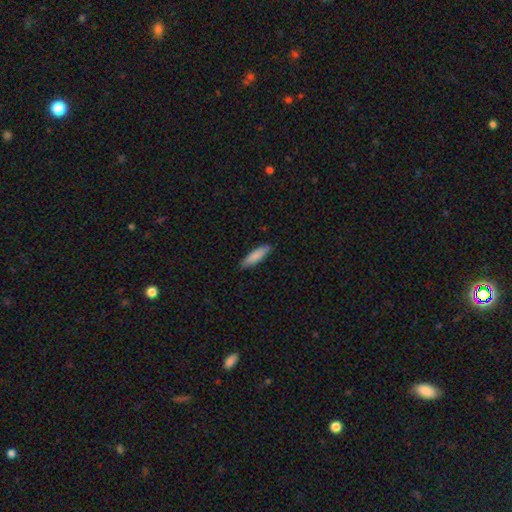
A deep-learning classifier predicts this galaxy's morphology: This appears to be a smooth galaxy with no disk features (86%) that is cigar-shaped (68%). Merging: none (88%).